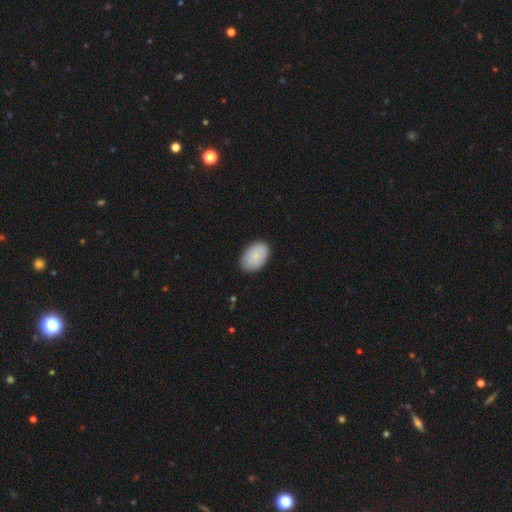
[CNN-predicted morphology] Smooth or featured: smooth — 84% (featured or disk — 10%)
How rounded: in between — 90% (round — 9%)
Merging: none — 86% (minor disturbance — 11%)